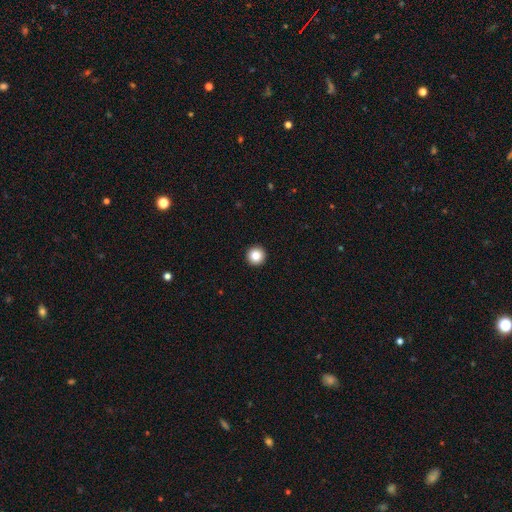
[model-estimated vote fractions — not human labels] The model was most divided on "smooth or featured": smooth: 85%, star or artifact: 10%, featured or disk: 5%. More confident: how rounded — round (96%); merging — none (94%).